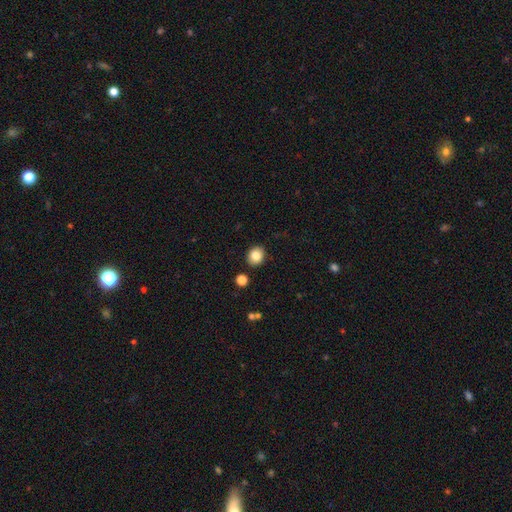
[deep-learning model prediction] Morphology: type=smooth (83%); roundness=round (67%); merging=none (89%).